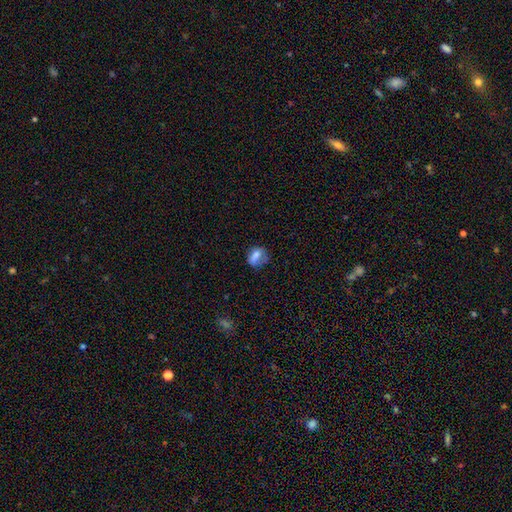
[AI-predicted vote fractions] Morphology: type=smooth (69%); roundness=in between (49%, tied with round); merging=none (54%).